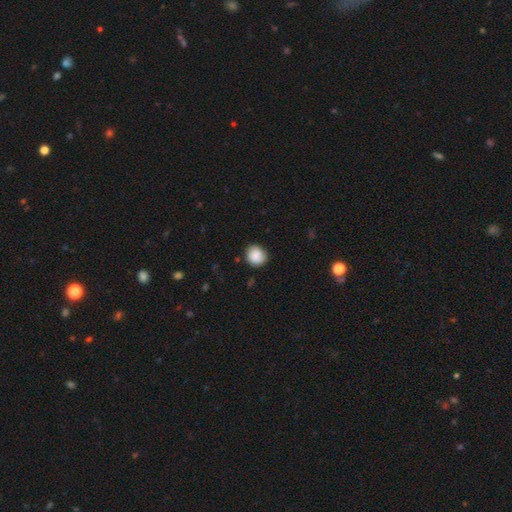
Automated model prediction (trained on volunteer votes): Smooth or featured? smooth (87%)
How rounded? round (84%)
Merging? none (82%)